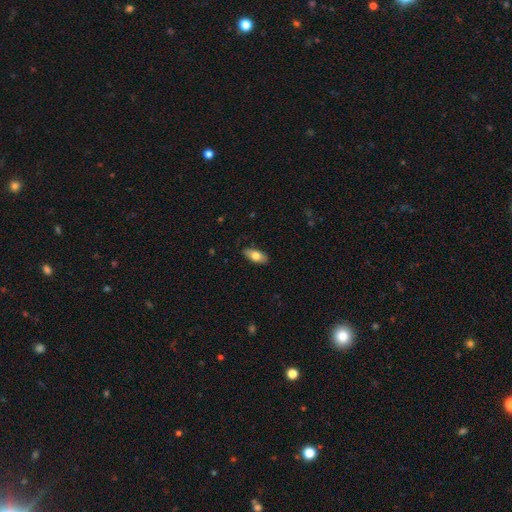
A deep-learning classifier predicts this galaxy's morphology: smooth_or_featured: smooth (p=0.75) [alt: featured or disk p=0.19]
how_rounded: in between (p=0.88) [alt: cigar-shaped p=0.09]
merging: none (p=0.86) [alt: minor disturbance p=0.11]